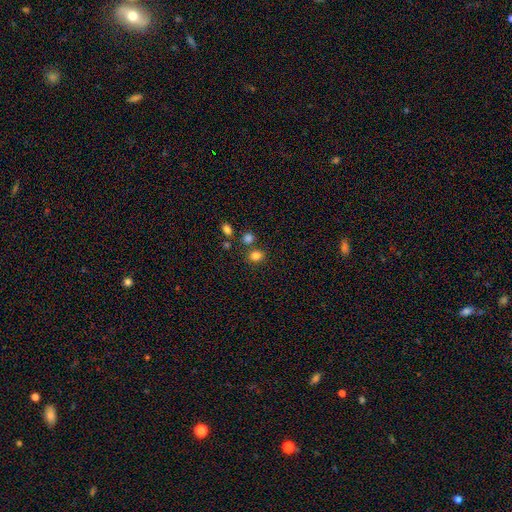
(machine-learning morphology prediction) This appears to be a smooth galaxy with no disk features (82%) that is round (58%). Merging: none (73%).